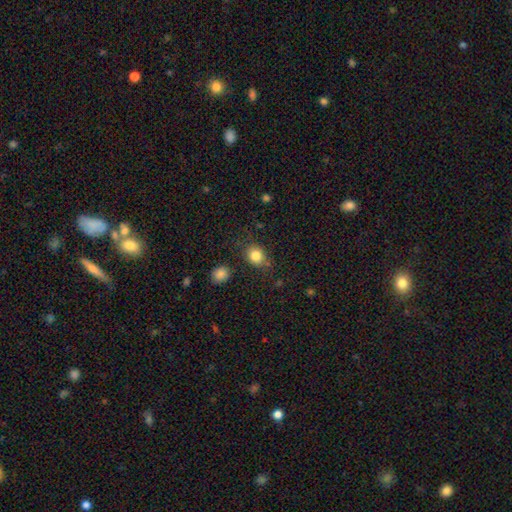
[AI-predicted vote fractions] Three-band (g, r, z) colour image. It shows a smooth galaxy with no disk features (83%) that is round (62%). Merging: none (76%).